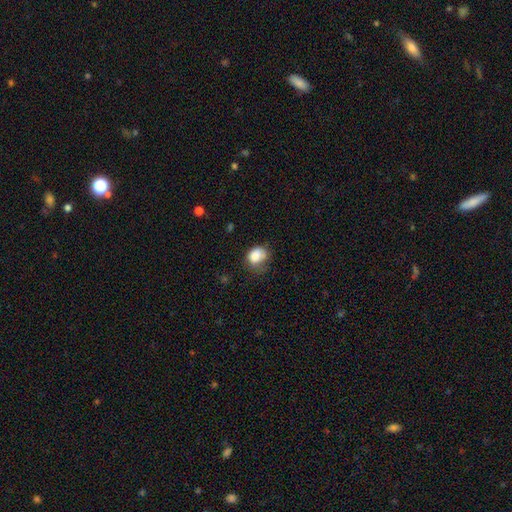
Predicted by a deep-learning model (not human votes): Q: Smooth or featured?
A: smooth (83%); runner-up: star or artifact (9%)
Q: How rounded?
A: in between (52%); runner-up: round (47%)
Q: Merging?
A: none (41%); runner-up: minor disturbance (37%)